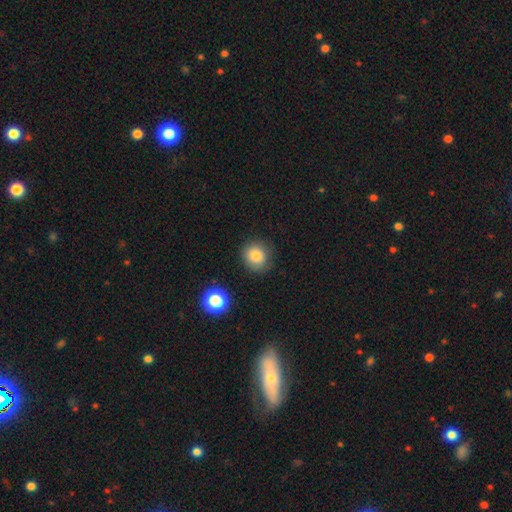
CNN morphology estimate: A smooth galaxy with no disk features (81%) that is round (85%). Merging: none (83%).